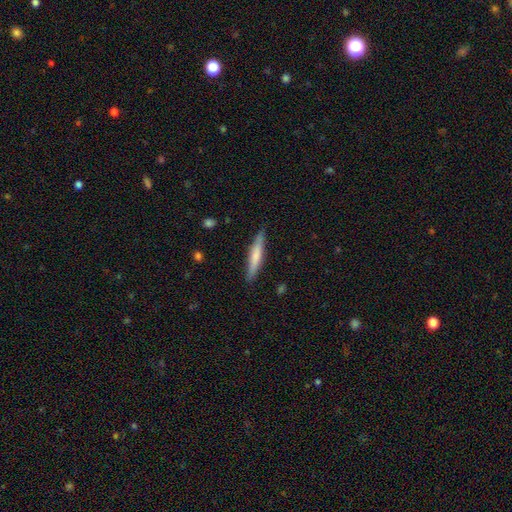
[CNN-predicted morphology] Smooth or featured? Predicted: smooth (p=0.63). How rounded? Predicted: cigar-shaped (p=0.92). Merging? Predicted: none (p=0.86).